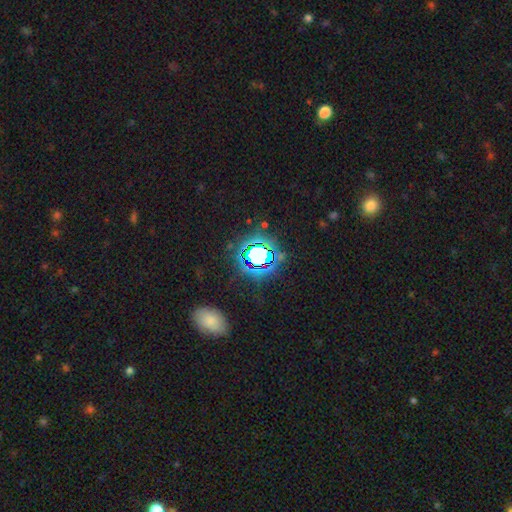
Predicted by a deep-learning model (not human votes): star or artifact 73%, smooth 17%, featured or disk 10%.